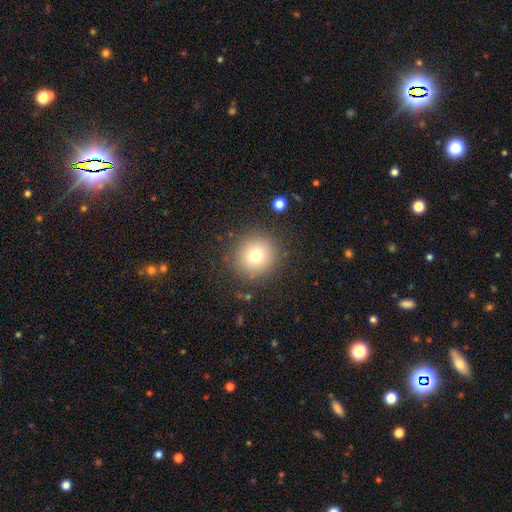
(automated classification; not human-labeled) smooth-or-featured: smooth: 76% | star or artifact: 13% | featured or disk: 12%
  how-rounded: round: 93% | in between: 6% | cigar-shaped: 1%
  merging: none: 87% | minor disturbance: 8% | major disturbance: 3% | merger: 2%